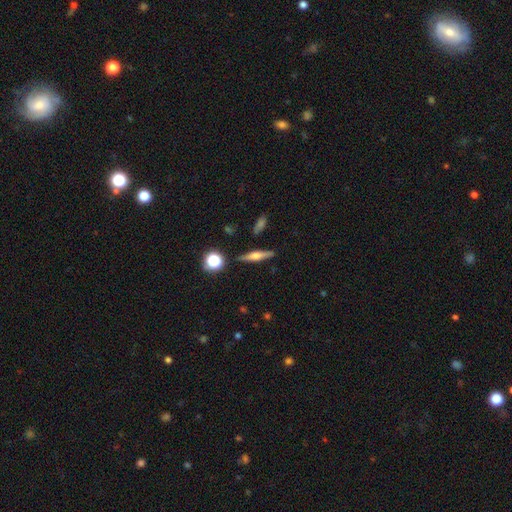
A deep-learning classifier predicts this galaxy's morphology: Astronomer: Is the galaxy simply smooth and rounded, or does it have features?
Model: featured or disk — 54% (runner-up: smooth, 36%).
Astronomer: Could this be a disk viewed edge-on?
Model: yes — 95%.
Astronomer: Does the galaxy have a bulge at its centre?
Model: rounded — 86%.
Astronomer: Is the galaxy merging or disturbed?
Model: none — 87%.